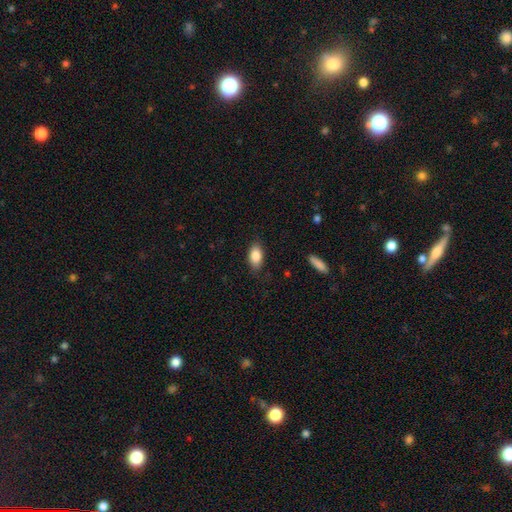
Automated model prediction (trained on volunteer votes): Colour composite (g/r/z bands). It shows a smooth galaxy with no disk features (85%) that is in between round and cigar-shaped (90%). Merging: none (83%).